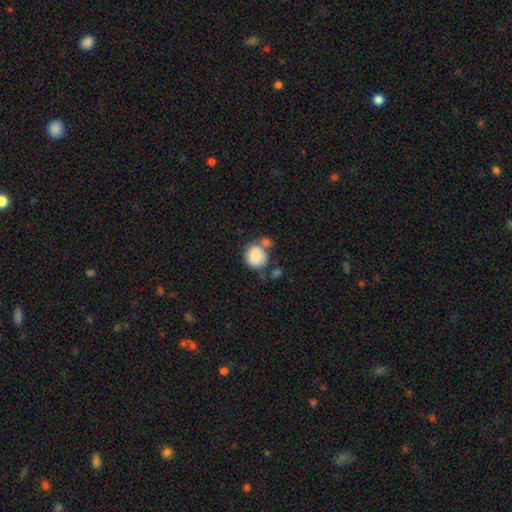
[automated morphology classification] This appears to be a smooth galaxy with no disk features (85%) that is round (80%). Merging: none (46%).